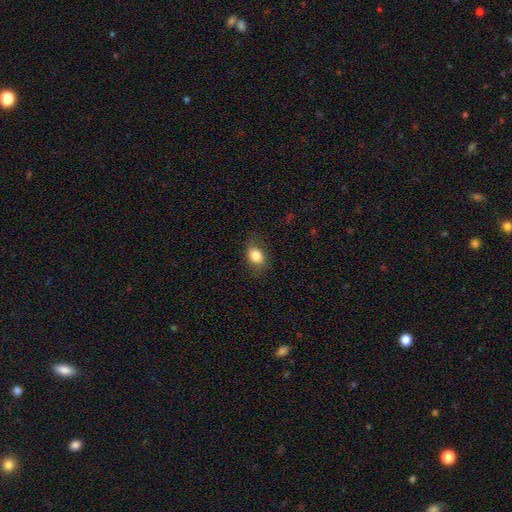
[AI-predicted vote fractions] smooth_or_featured: smooth (p=0.83) [alt: star or artifact p=0.09]
how_rounded: in between (p=0.70) [alt: round p=0.29]
merging: none (p=0.76) [alt: minor disturbance p=0.17]